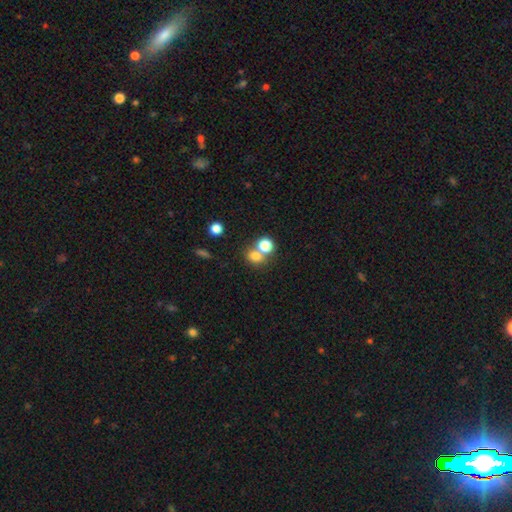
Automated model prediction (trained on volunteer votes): Smooth or featured? smooth (75%)
How rounded? round (68%)
Merging? none (46%)